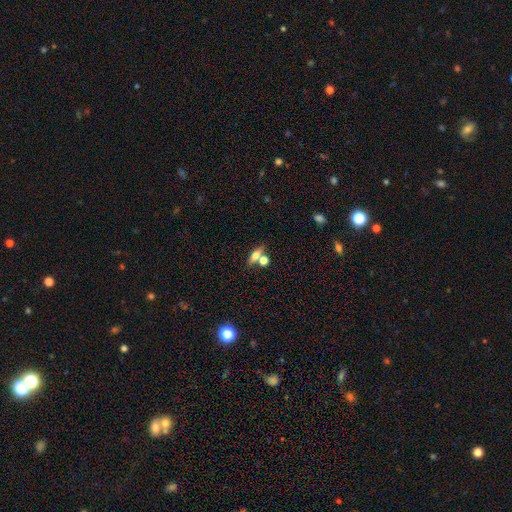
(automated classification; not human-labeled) This appears to be a smooth galaxy with no disk features (55%) that is in between round and cigar-shaped (49%). Merging: none (58%).